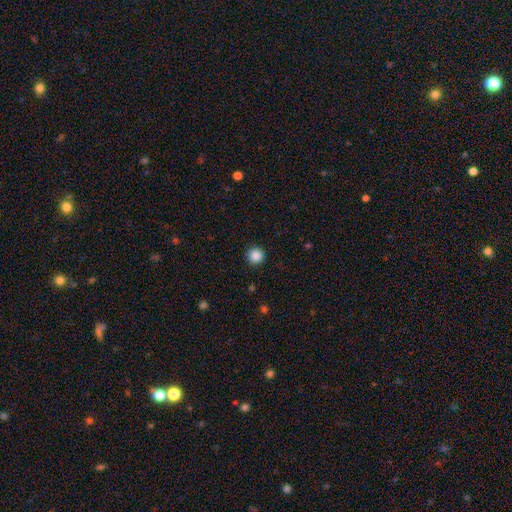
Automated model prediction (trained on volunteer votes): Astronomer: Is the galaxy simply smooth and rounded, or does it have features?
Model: smooth — 87%.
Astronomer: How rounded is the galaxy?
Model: round — 96%.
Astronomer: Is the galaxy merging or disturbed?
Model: none — 93%.